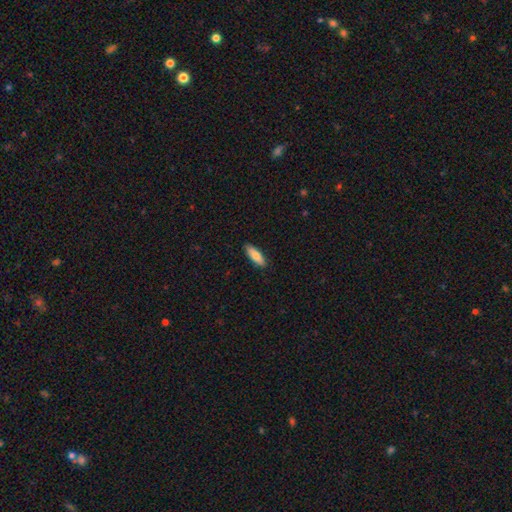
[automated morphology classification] The model was most divided on "how rounded": in between: 59%, cigar-shaped: 39%, round: 2%. More confident: merging — none (89%); smooth or featured — smooth (79%).